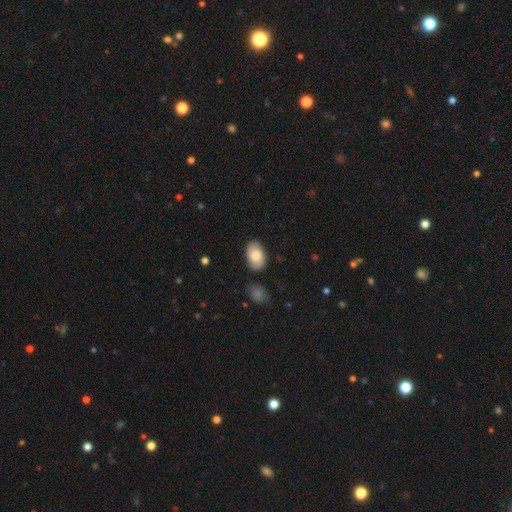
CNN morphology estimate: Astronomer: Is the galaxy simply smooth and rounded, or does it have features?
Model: smooth — 78%.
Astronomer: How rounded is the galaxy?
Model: in between — 92%.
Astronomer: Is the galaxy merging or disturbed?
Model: none — 81%.